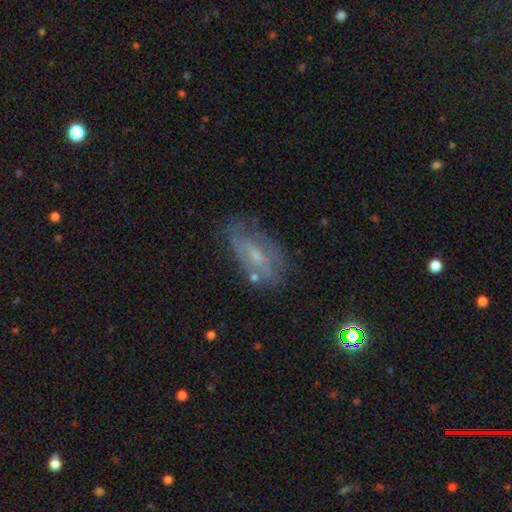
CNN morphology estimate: The model was most divided on "smooth or featured": featured or disk: 54%, smooth: 34%, star or artifact: 12%. More confident: edge-on disk — no (87%); merging — none (60%).